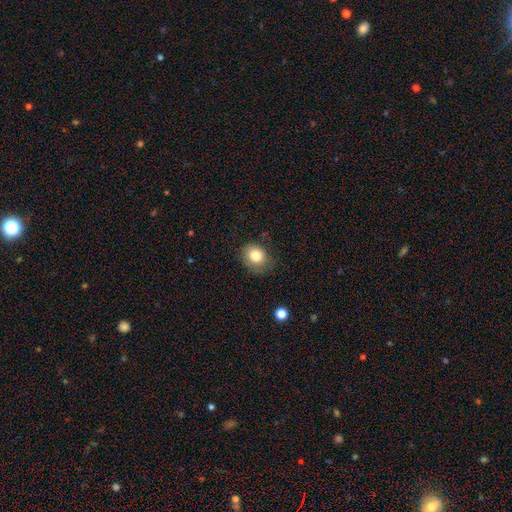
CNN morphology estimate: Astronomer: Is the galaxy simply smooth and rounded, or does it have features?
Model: smooth — 81%.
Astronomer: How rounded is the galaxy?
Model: round — 65%.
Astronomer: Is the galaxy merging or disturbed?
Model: none — 71%.